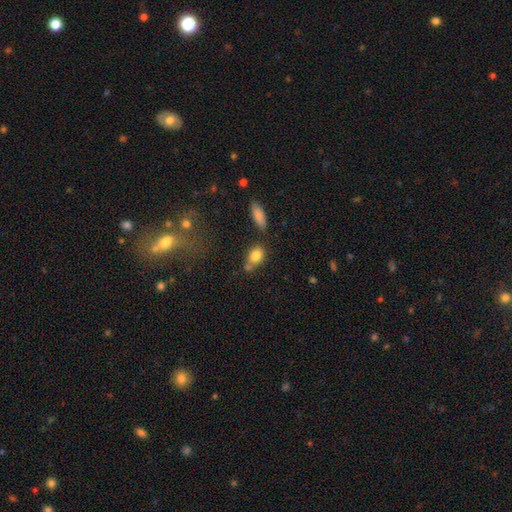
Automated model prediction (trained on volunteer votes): smooth_or_featured: smooth (p=0.82) [alt: featured or disk p=0.09]
how_rounded: in between (p=0.64) [alt: round p=0.33]
merging: none (p=0.54) [alt: merger p=0.22]